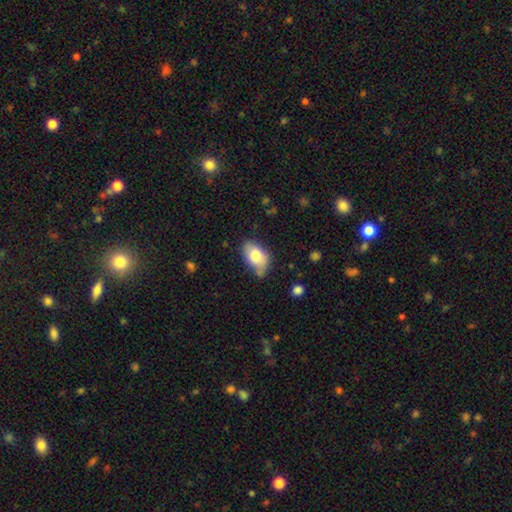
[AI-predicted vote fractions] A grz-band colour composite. It shows a smooth galaxy with no disk features (78%) that is in between round and cigar-shaped (90%). Merging: none (52%).